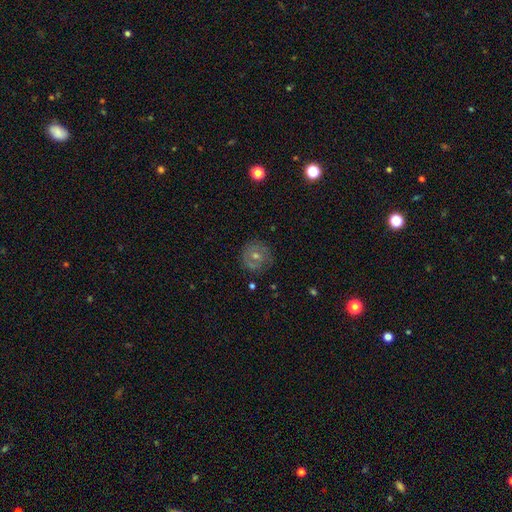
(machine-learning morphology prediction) featured or disk 52%, smooth 33%, star or artifact 14%. Down the decision tree: edge-on disk — no (96%); bar — no (73%); spiral arms — yes (63%); bulge size — small (48%); merging — none (83%).